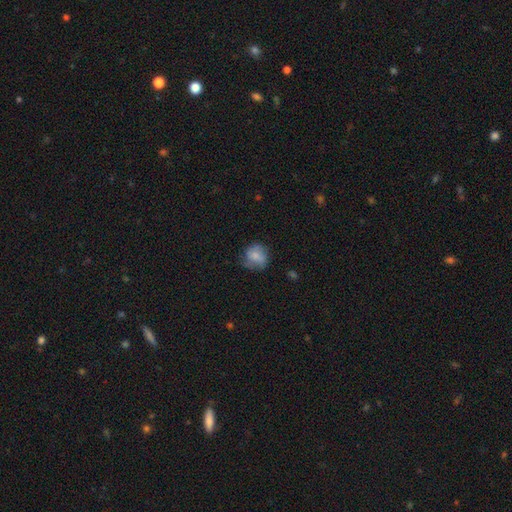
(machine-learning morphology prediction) smooth-or-featured: smooth: 63% | featured or disk: 29% | star or artifact: 8%
  how-rounded: round: 76% | in between: 23% | cigar-shaped: 1%
  merging: none: 61% | minor disturbance: 26% | major disturbance: 12% | merger: 2%